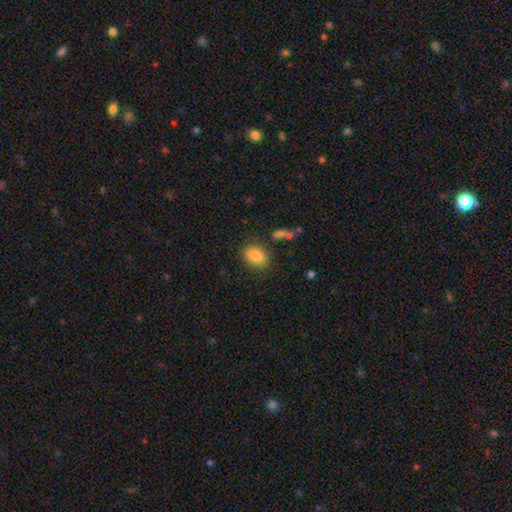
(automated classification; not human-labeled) Smooth or featured?
  - smooth: 88% *
  - star or artifact: 8%
  - featured or disk: 4%
How rounded?
  - in between: 87% *
  - round: 12%
  - cigar-shaped: 2%
Merging?
  - none: 79% *
  - minor disturbance: 12%
  - major disturbance: 5%
  - merger: 4%